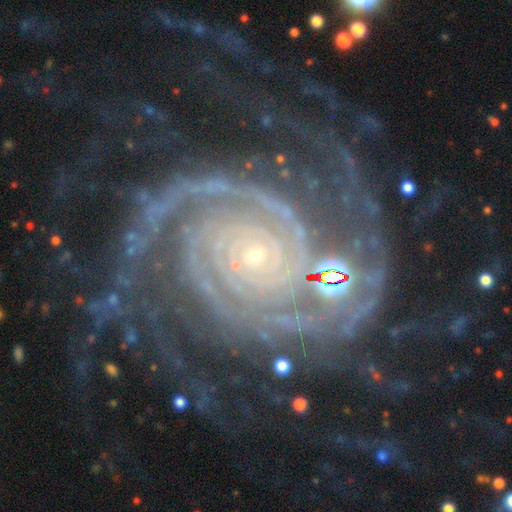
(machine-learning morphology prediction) Smooth or featured? featured or disk (91%)
Edge-on disk? no (98%)
Bar? no (74%)
Spiral arms? yes (99%)
Spiral winding? tight (76%)
Spiral arm count? 2 (39%)
Bulge size? small (86%)
Merging? none (62%)